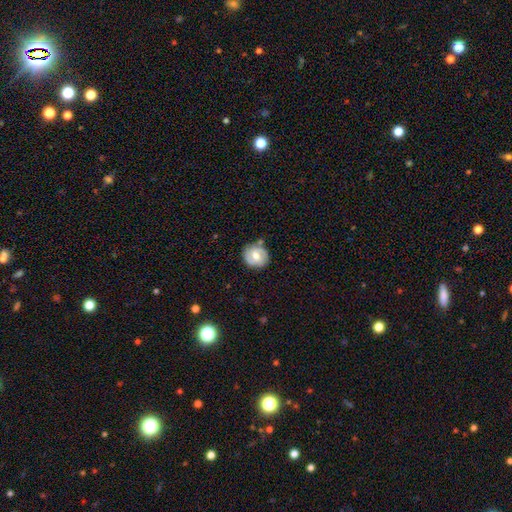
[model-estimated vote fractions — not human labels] featured or disk 50%, smooth 42%, star or artifact 8%. Down the decision tree: edge-on disk — no (97%); merging — none (73%).